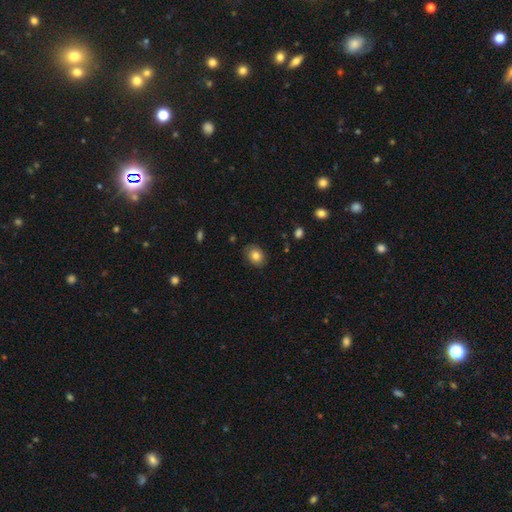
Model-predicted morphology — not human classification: smooth 79%, featured or disk 11%, star or artifact 9%. Down the decision tree: how rounded — round (51%); merging — none (83%).